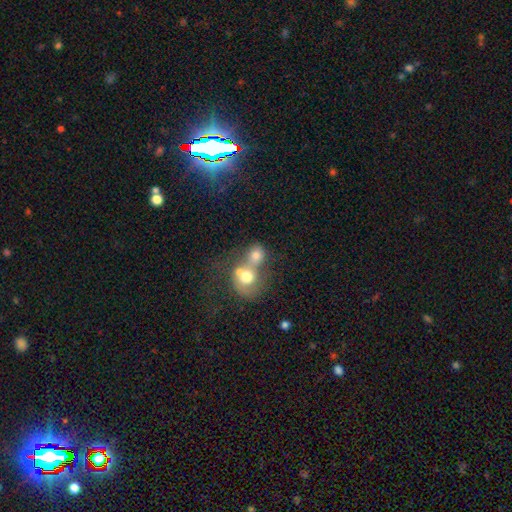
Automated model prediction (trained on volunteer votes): smooth-or-featured: smooth: 68% | featured or disk: 22% | star or artifact: 10%
  how-rounded: round: 64% | in between: 35% | cigar-shaped: 1%
  merging: merger: 70% | none: 18% | major disturbance: 6% | minor disturbance: 6%